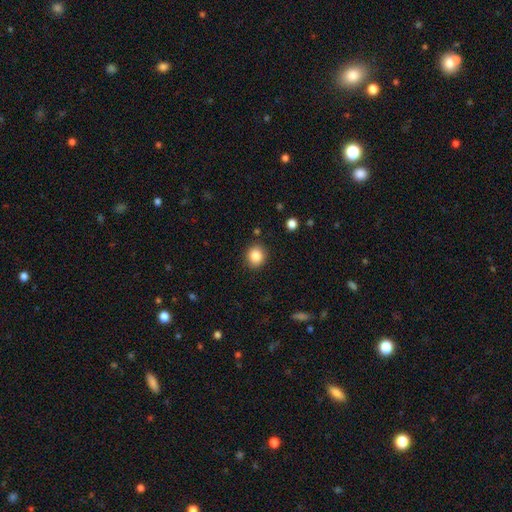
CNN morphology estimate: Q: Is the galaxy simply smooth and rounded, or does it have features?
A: smooth — 85%.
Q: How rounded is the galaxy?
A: round — 81%.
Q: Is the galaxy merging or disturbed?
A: none — 89%.